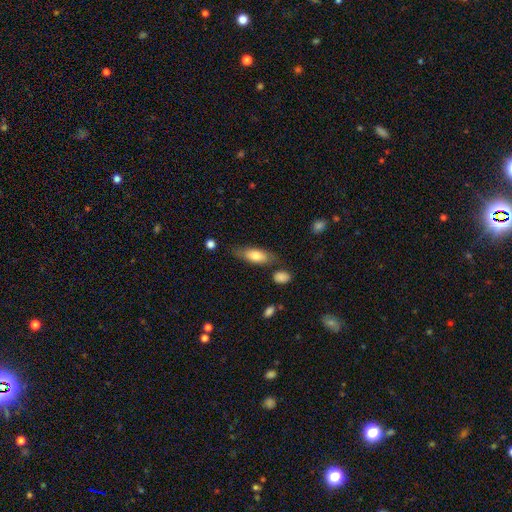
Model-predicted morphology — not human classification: This appears to be a smooth galaxy with no disk features (70%) that is in between round and cigar-shaped (72%). Merging: none (69%).